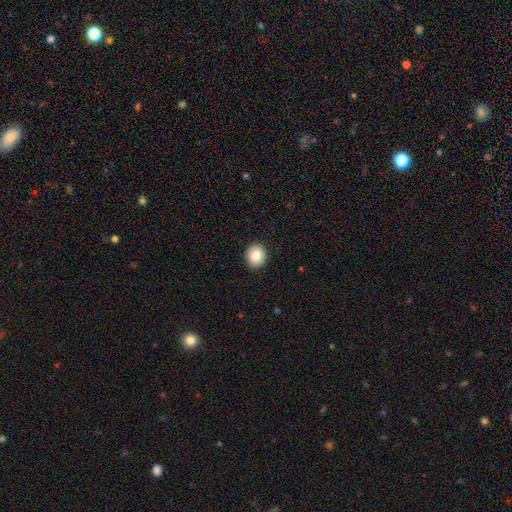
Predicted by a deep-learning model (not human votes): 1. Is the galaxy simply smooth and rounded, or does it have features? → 82% smooth, 9% featured or disk, 8% star or artifact.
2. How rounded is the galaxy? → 80% round, 19% in between, 1% cigar-shaped.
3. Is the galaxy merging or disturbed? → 92% none, 5% minor disturbance, 2% major disturbance, 1% merger.